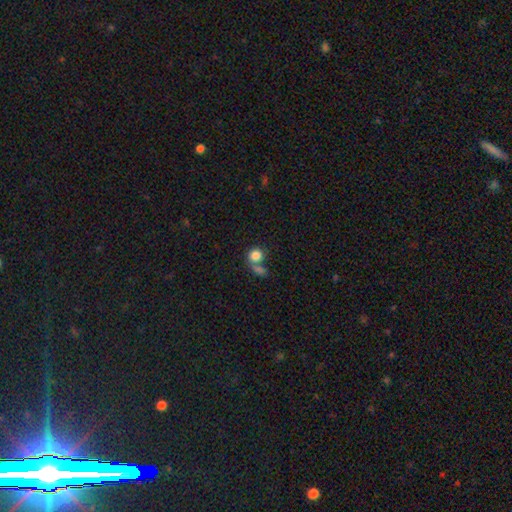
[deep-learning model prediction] smooth 83%, star or artifact 9%, featured or disk 9%. Down the decision tree: how rounded — round (79%); merging — none (42%).